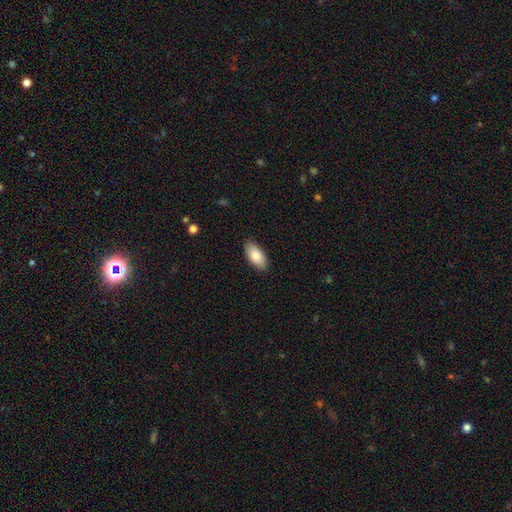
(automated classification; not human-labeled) Morphology: type=smooth (86%); roundness=in between (92%); merging=none (88%).